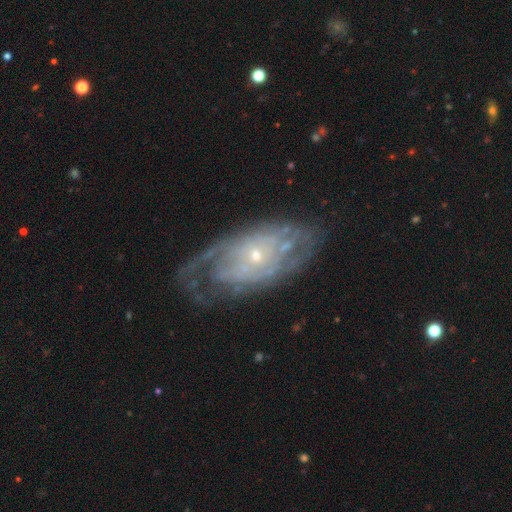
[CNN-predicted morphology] smooth_or_featured: featured or disk (p=0.79) [alt: smooth p=0.14]
disk_edge_on: no (p=0.92) [alt: yes p=0.08]
bar: no (p=0.79) [alt: weak p=0.17]
has_spiral_arms: yes (p=0.76) [alt: no p=0.24]
spiral_winding: tight (p=0.61) [alt: medium p=0.28]
spiral_arm_count: can't tell (p=0.56) [alt: 2 p=0.21]
bulge_size: small (p=0.70) [alt: moderate p=0.27]
merging: none (p=0.61) [alt: minor disturbance p=0.22]